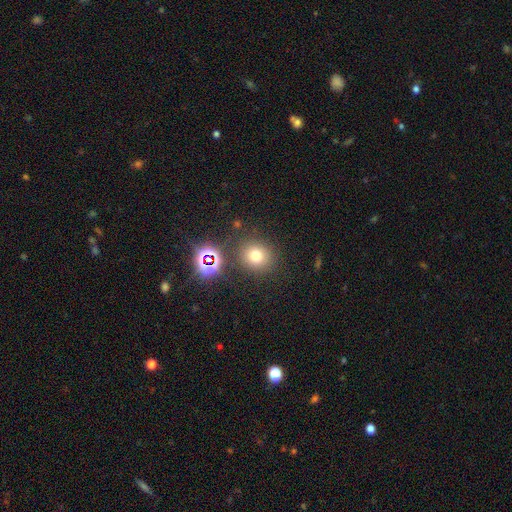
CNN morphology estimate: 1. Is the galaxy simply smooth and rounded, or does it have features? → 70% smooth, 21% star or artifact, 9% featured or disk.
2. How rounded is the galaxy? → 84% round, 15% in between, 1% cigar-shaped.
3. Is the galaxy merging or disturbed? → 84% none, 8% minor disturbance, 4% merger, 4% major disturbance.